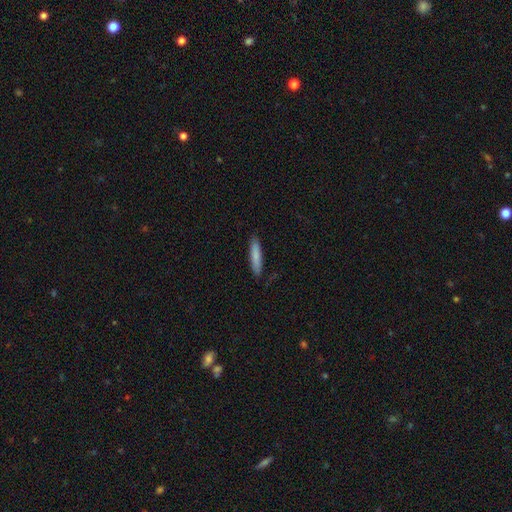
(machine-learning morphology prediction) smooth-or-featured: smooth: 83% | featured or disk: 12% | star or artifact: 6%
  how-rounded: cigar-shaped: 83% | in between: 16% | round: 1%
  merging: none: 86% | minor disturbance: 11% | major disturbance: 2% | merger: 1%